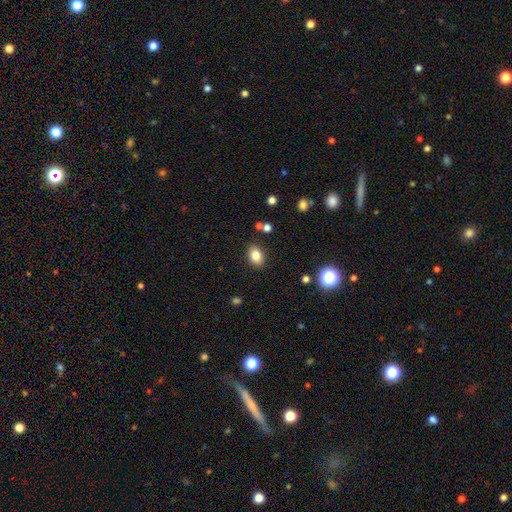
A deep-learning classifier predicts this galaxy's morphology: Smooth or featured? smooth (82%)
How rounded? in between (80%)
Merging? none (87%)